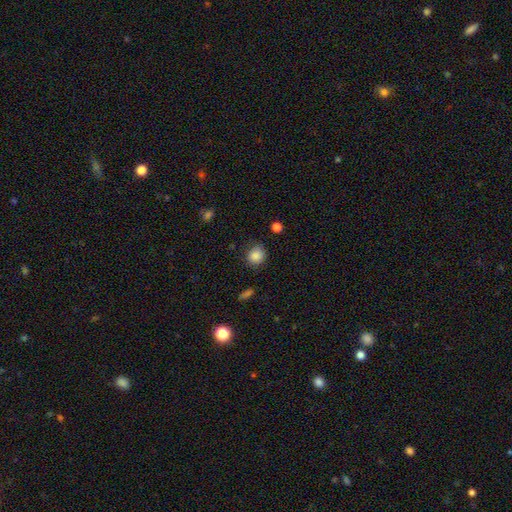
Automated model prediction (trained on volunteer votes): A smooth galaxy with no disk features (86%) that is round (79%).

Vote fractions:
- Smooth or featured? smooth: 86% / star or artifact: 9% / featured or disk: 4%
- How rounded? round: 79% / in between: 20% / cigar-shaped: 1%
- Merging? none: 81% / minor disturbance: 14% / major disturbance: 3% / merger: 2%